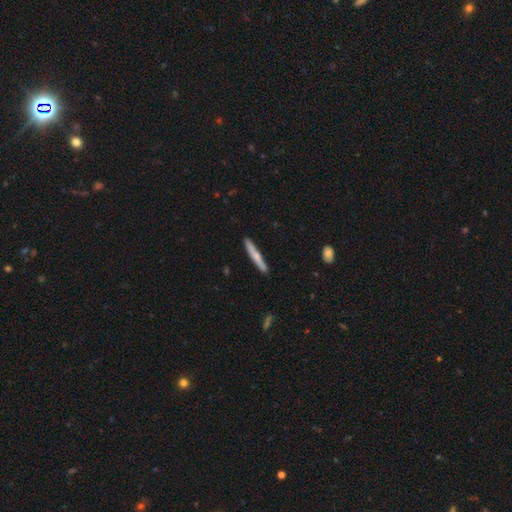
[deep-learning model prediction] Smooth or featured? Predicted: smooth (p=0.58). How rounded? Predicted: cigar-shaped (p=0.95). Merging? Predicted: none (p=0.89).